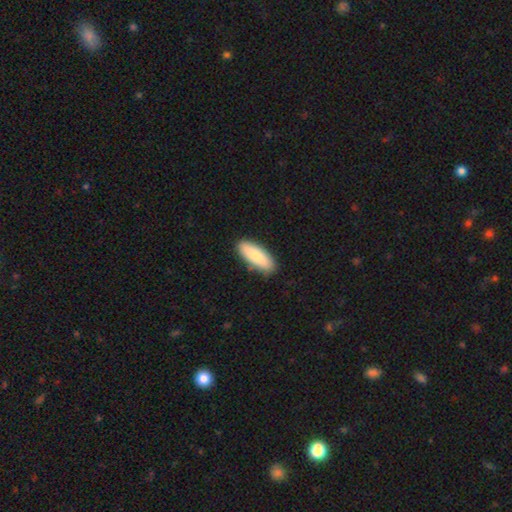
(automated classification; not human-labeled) Smooth or featured? smooth (83%)
How rounded? in between (69%)
Merging? none (86%)